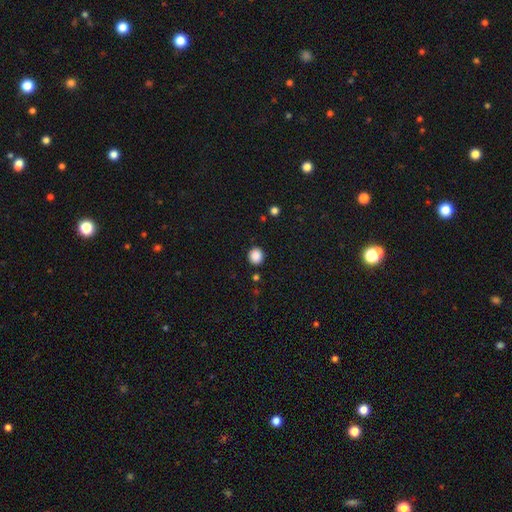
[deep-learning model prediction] Smooth or featured?
  - smooth: 88% *
  - star or artifact: 10%
  - featured or disk: 3%
How rounded?
  - round: 87% *
  - in between: 12%
  - cigar-shaped: 1%
Merging?
  - none: 89% *
  - minor disturbance: 7%
  - major disturbance: 2%
  - merger: 2%